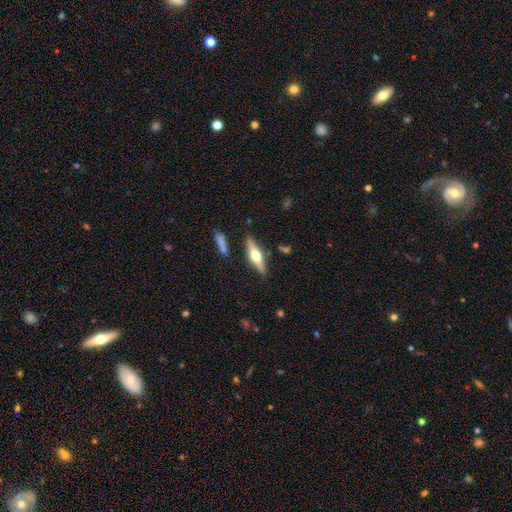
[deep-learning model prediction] Smooth or featured?
  - featured or disk: 59% *
  - smooth: 35%
  - star or artifact: 6%
Edge-on disk?
  - yes: 94% *
  - no: 6%
Edge-on bulge?
  - rounded: 94% *
  - boxy: 4%
  - none: 2%
Merging?
  - none: 84% *
  - minor disturbance: 10%
  - merger: 3%
  - major disturbance: 3%